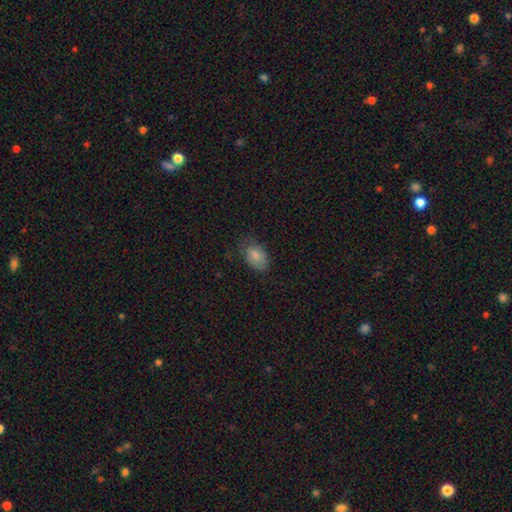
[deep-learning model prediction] Smooth or featured? smooth (80%)
How rounded? in between (91%)
Merging? none (63%)